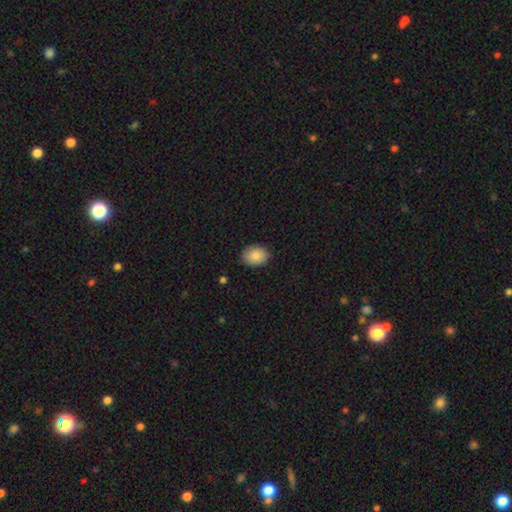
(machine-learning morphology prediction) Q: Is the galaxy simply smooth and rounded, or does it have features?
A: smooth — 88%.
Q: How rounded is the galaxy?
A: in between — 66%.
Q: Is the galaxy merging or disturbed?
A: none — 87%.